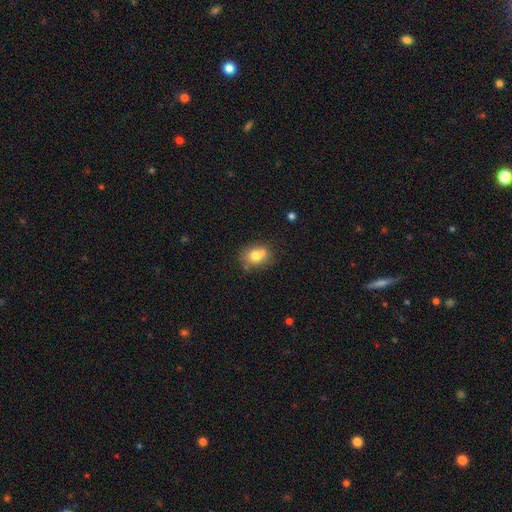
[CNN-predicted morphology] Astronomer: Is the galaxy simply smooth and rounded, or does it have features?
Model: smooth — 71%.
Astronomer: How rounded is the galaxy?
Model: round — 51% (runner-up: in between, 48%).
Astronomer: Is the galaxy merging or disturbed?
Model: none — 56%.